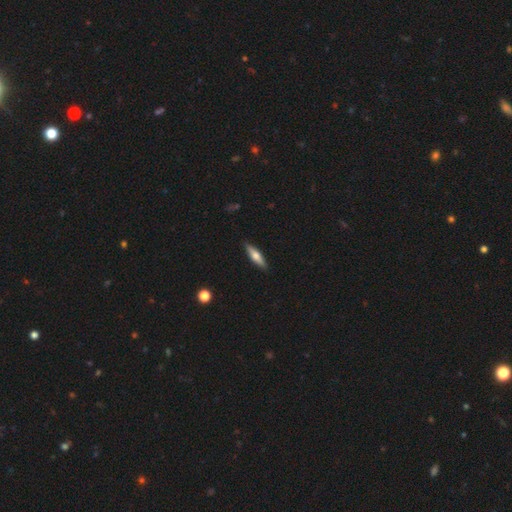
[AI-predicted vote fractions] A smooth galaxy with no disk features (55%) that is cigar-shaped (68%).

Vote fractions:
- Smooth or featured? smooth: 55% / featured or disk: 39% / star or artifact: 6%
- How rounded? cigar-shaped: 68% / in between: 29% / round: 2%
- Merging? none: 89% / minor disturbance: 8% / major disturbance: 2% / merger: 1%